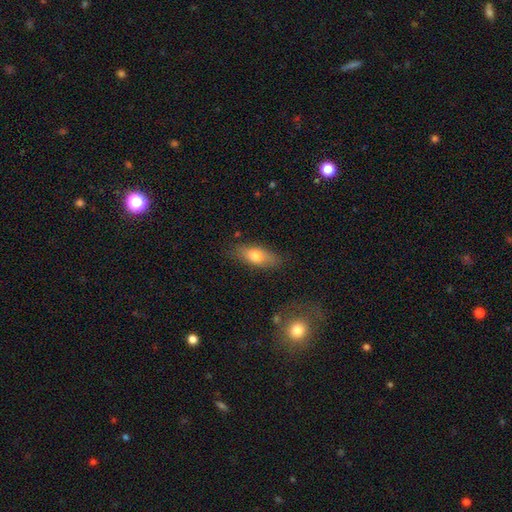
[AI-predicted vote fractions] Smooth or featured? Predicted: smooth (p=0.71). How rounded? Predicted: in between (p=0.76). Merging? Predicted: none (p=0.80).